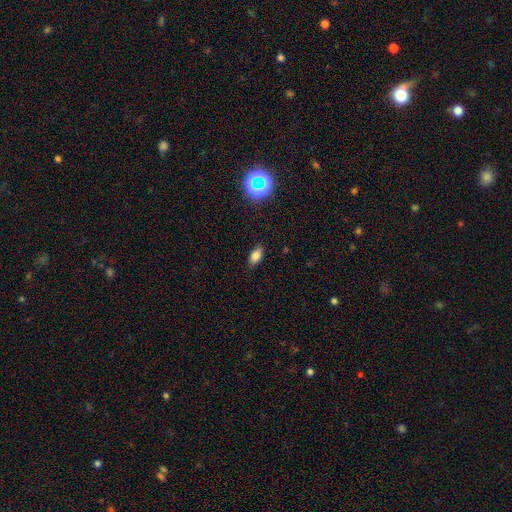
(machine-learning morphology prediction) type=smooth (79%); roundness=in between (89%); merging=none (86%).